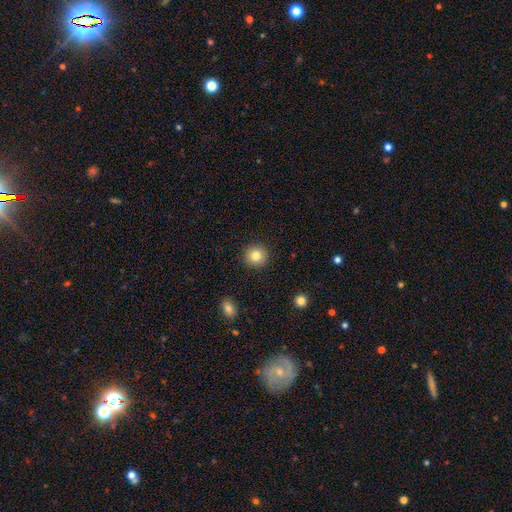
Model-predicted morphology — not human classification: Smooth or featured?
  - smooth: 82% *
  - star or artifact: 10%
  - featured or disk: 7%
How rounded?
  - round: 93% *
  - in between: 6%
  - cigar-shaped: 1%
Merging?
  - none: 92% *
  - minor disturbance: 5%
  - major disturbance: 2%
  - merger: 1%